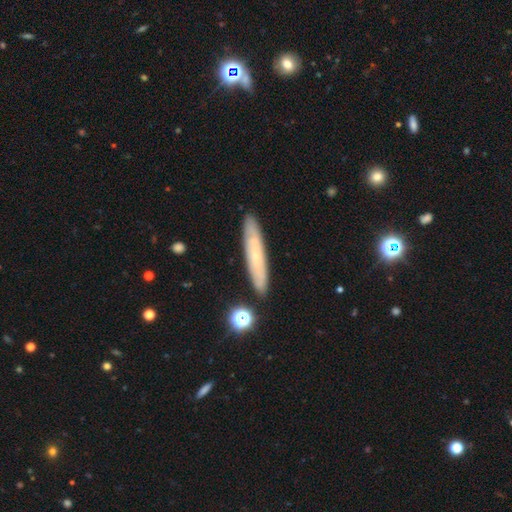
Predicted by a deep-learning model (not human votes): Q: Smooth or featured?
A: smooth (49%); runner-up: featured or disk (43%)
Q: Merging?
A: none (88%); runner-up: minor disturbance (9%)